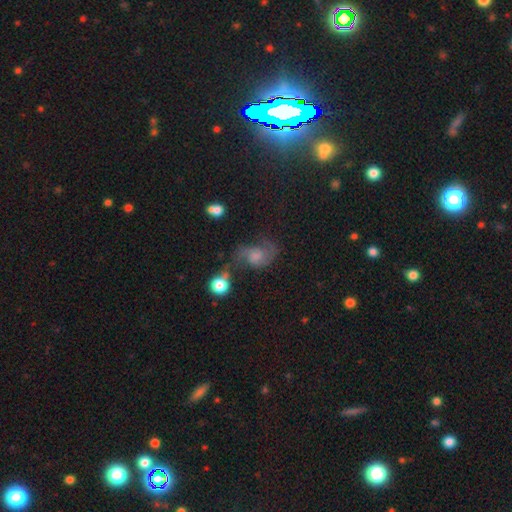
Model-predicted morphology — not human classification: Smooth or featured? Predicted: featured or disk (p=0.64). Edge-on disk? Predicted: no (p=0.96). Bar? Predicted: no (p=0.62). Spiral arms? Predicted: yes (p=0.91). Spiral winding? Predicted: loose (p=0.52). Spiral arm count? Predicted: 2 (p=0.86). Bulge size? Predicted: moderate (p=0.41). Merging? Predicted: none (p=0.50).